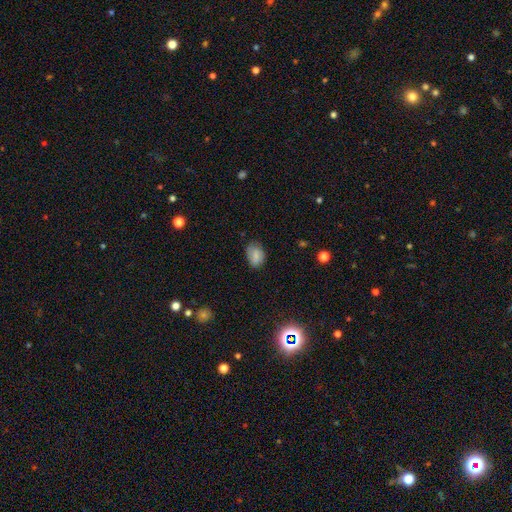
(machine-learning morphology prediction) A smooth galaxy with no disk features (79%) that is in between round and cigar-shaped (82%).

Vote fractions:
- Smooth or featured? smooth: 79% / featured or disk: 11% / star or artifact: 10%
- How rounded? in between: 82% / round: 16% / cigar-shaped: 1%
- Merging? none: 71% / minor disturbance: 23% / major disturbance: 5% / merger: 1%